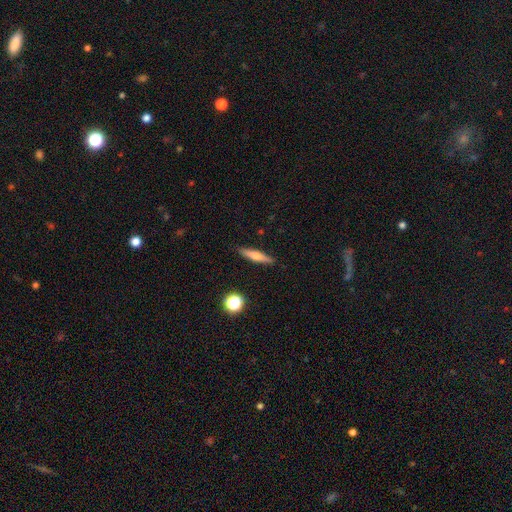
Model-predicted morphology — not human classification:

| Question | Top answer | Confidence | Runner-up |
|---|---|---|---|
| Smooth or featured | smooth | 52% | featured or disk (40%) |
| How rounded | cigar-shaped | 86% | in between (12%) |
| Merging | none | 89% | minor disturbance (8%) |